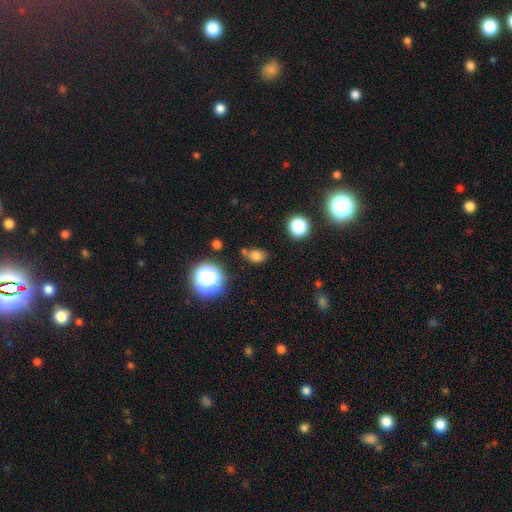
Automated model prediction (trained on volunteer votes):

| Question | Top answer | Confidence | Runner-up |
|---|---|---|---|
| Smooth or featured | smooth | 73% | star or artifact (19%) |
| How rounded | in between | 62% | round (36%) |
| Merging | none | 63% | minor disturbance (19%) |